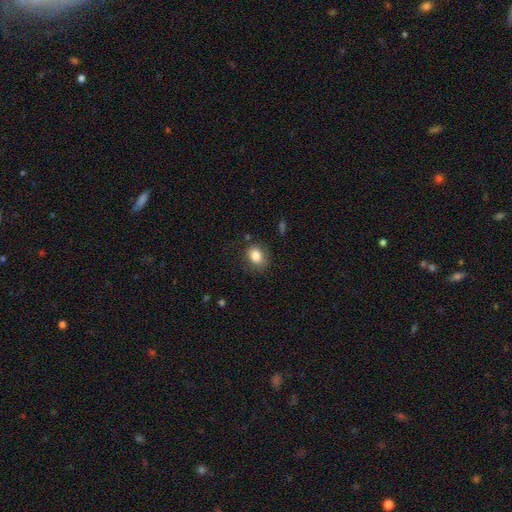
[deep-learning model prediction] Q: Smooth or featured?
A: smooth (84%); runner-up: star or artifact (9%)
Q: How rounded?
A: in between (59%); runner-up: round (40%)
Q: Merging?
A: none (77%); runner-up: minor disturbance (17%)